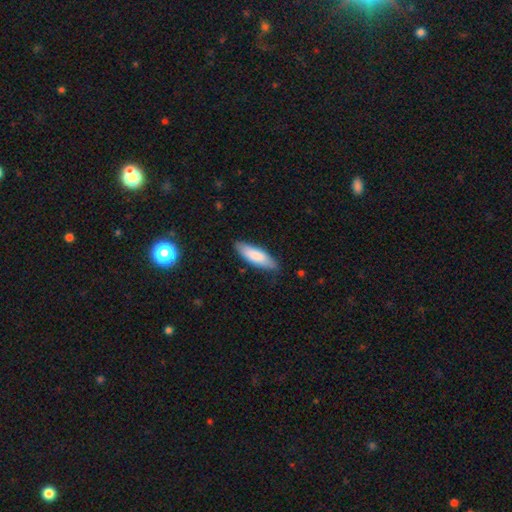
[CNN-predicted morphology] A smooth galaxy with no disk features (82%) that is in between round and cigar-shaped (55%).

Vote fractions:
- Smooth or featured? smooth: 82% / featured or disk: 13% / star or artifact: 5%
- How rounded? in between: 55% / cigar-shaped: 44% / round: 1%
- Merging? none: 83% / minor disturbance: 14% / major disturbance: 2% / merger: 1%